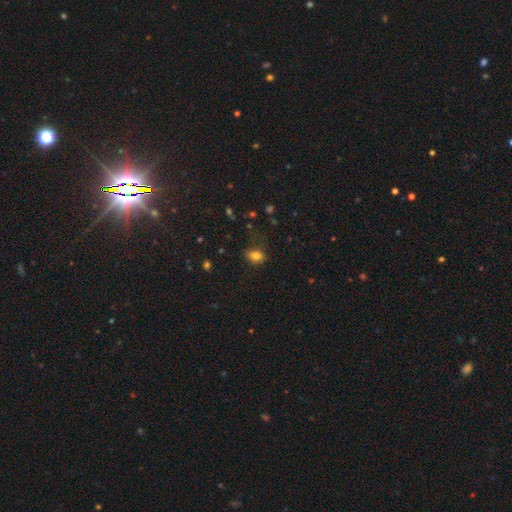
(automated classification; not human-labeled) Smooth or featured?
  - smooth: 81% *
  - star or artifact: 12%
  - featured or disk: 6%
How rounded?
  - in between: 67% *
  - round: 32%
  - cigar-shaped: 1%
Merging?
  - none: 69% *
  - minor disturbance: 22%
  - major disturbance: 7%
  - merger: 2%